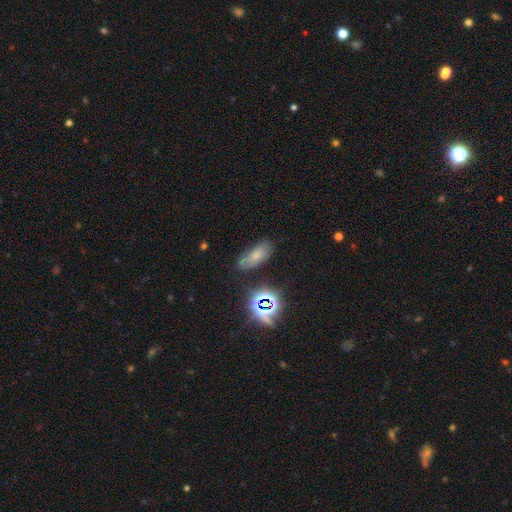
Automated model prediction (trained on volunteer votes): smooth-or-featured: smooth: 62% | star or artifact: 21% | featured or disk: 17%
  how-rounded: in between: 83% | cigar-shaped: 11% | round: 5%
  merging: none: 68% | minor disturbance: 21% | major disturbance: 7% | merger: 4%